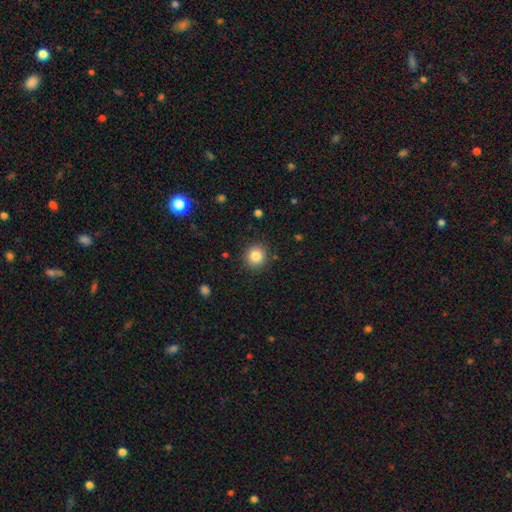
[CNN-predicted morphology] smooth 83%, star or artifact 11%, featured or disk 6%. Down the decision tree: how rounded — round (90%); merging — none (89%).